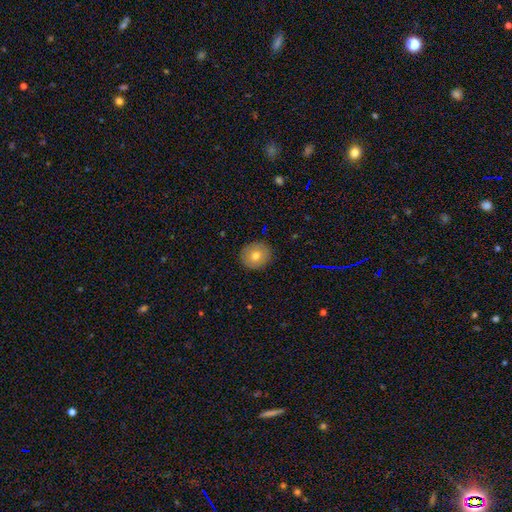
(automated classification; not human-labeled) Morphology: type=smooth (74%); roundness=round (88%); merging=none (90%).